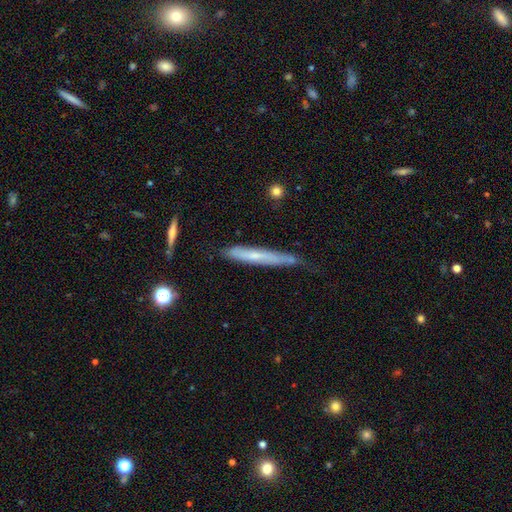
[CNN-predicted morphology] Smooth or featured?
  - featured or disk: 47% *
  - smooth: 46%
  - star or artifact: 7%
Merging?
  - none: 61% *
  - minor disturbance: 30%
  - major disturbance: 6%
  - merger: 3%